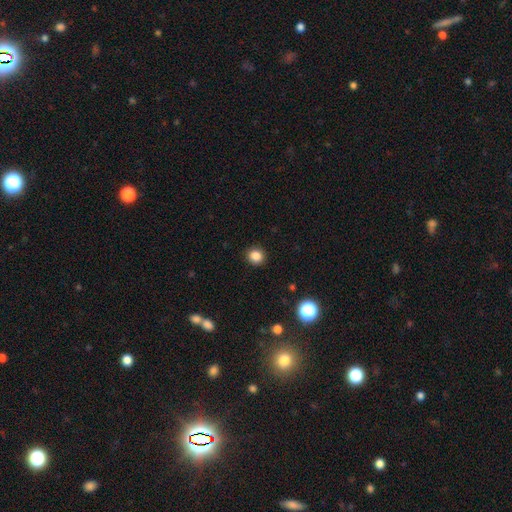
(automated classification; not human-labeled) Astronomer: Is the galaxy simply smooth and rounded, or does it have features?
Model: smooth — 85%.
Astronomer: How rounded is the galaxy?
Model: round — 87%.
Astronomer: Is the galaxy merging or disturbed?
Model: none — 92%.